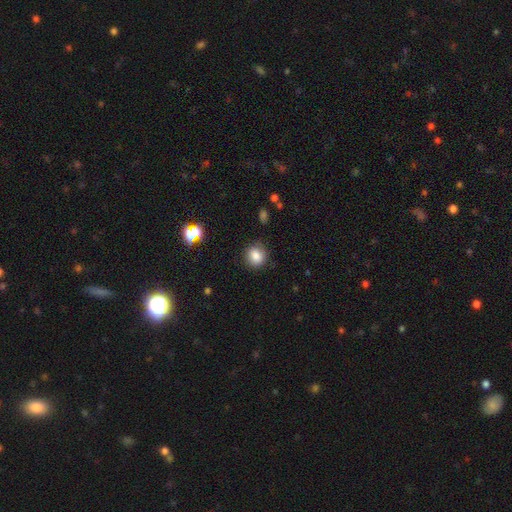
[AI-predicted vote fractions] Smooth or featured?
  - smooth: 83% *
  - star or artifact: 12%
  - featured or disk: 6%
How rounded?
  - round: 76% *
  - in between: 23%
  - cigar-shaped: 1%
Merging?
  - none: 83% *
  - minor disturbance: 12%
  - major disturbance: 3%
  - merger: 1%